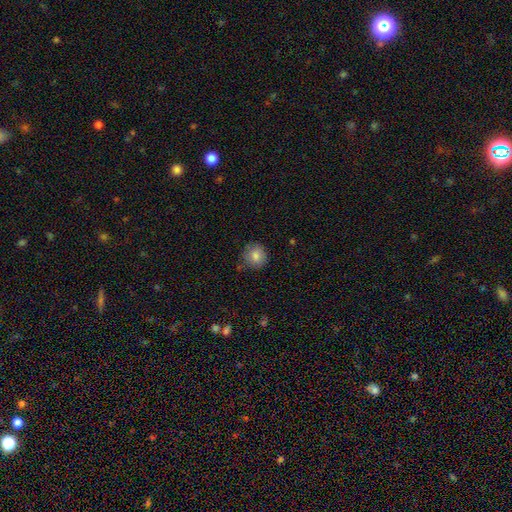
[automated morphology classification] Smooth or featured? smooth (83%)
How rounded? round (88%)
Merging? none (79%)